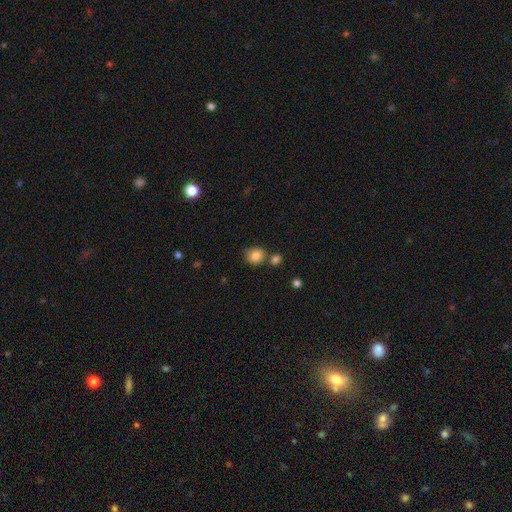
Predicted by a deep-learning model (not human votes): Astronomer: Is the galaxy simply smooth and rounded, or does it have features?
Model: smooth — 85%.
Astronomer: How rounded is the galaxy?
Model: round — 75%.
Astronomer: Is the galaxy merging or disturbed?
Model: none — 65%.